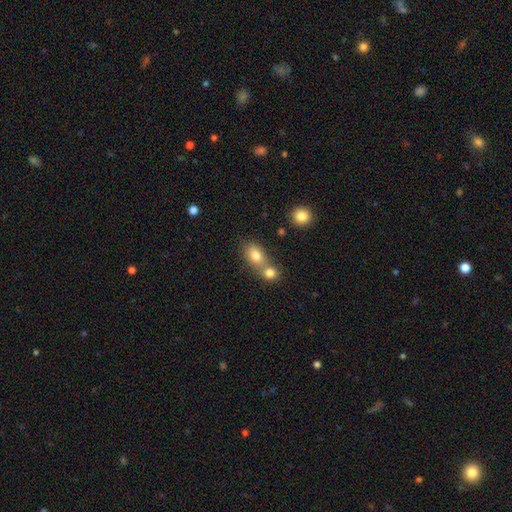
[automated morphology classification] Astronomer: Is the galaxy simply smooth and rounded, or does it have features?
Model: smooth — 80%.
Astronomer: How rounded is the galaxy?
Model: in between — 73%.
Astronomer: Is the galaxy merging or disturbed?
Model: merger — 54% (runner-up: none, 35%).